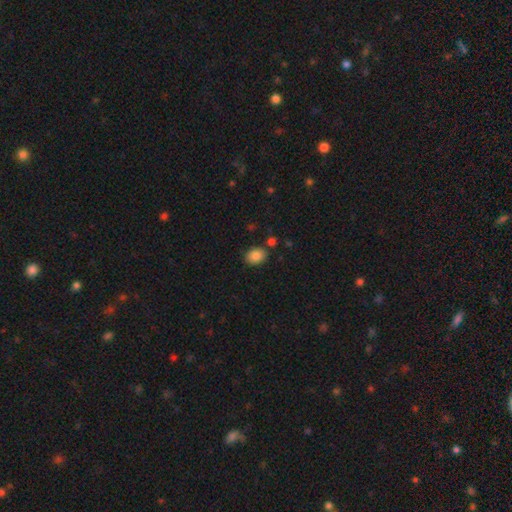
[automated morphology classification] Smooth or featured: smooth — 86% (star or artifact — 9%)
How rounded: in between — 66% (round — 33%)
Merging: none — 82% (minor disturbance — 11%)